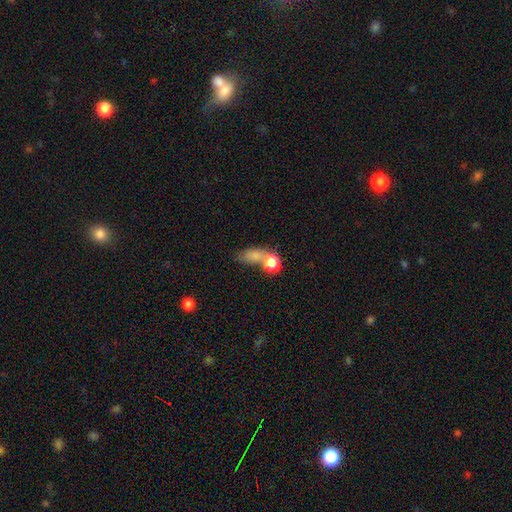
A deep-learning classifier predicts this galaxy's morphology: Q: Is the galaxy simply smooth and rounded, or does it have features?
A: smooth — 74%.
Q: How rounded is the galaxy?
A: in between — 65%.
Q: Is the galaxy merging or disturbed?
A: merger — 40%.